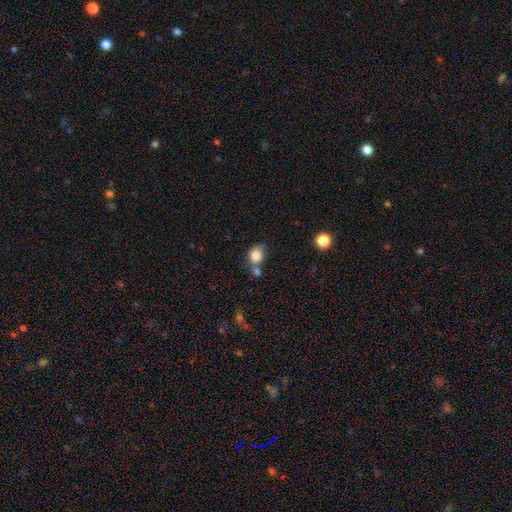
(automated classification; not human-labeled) A smooth galaxy with no disk features (83%) that is round (53%). Merging: none (45%).